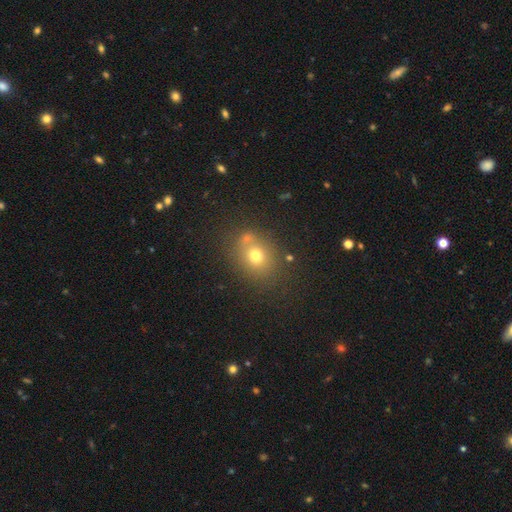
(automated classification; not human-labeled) Q: Smooth or featured?
A: smooth (69%); runner-up: star or artifact (17%)
Q: How rounded?
A: round (59%); runner-up: in between (40%)
Q: Merging?
A: none (65%); runner-up: merger (18%)